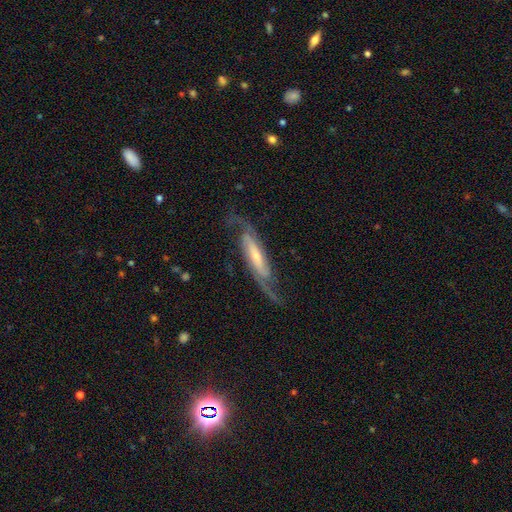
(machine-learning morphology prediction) Smooth or featured? featured or disk (86%)
Edge-on disk? no (82%)
Bar? weak (35%)
Spiral arms? yes (97%)
Spiral winding? medium (49%)
Spiral arm count? 2 (88%)
Bulge size? small (54%)
Merging? none (74%)